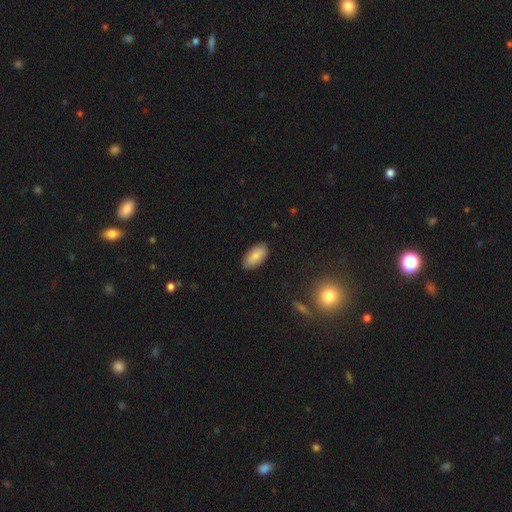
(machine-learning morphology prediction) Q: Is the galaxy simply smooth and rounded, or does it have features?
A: smooth — 83%.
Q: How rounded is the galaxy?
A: in between — 93%.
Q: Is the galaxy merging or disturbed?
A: none — 86%.